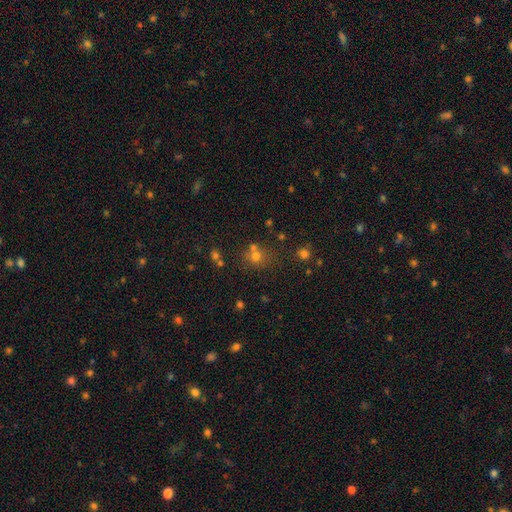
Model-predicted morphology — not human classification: Smooth or featured: smooth — 58% (star or artifact — 30%)
How rounded: round — 80% (in between — 19%)
Merging: none — 61% (merger — 24%)